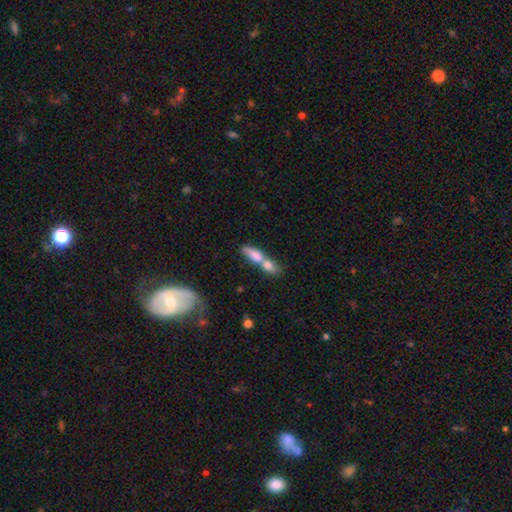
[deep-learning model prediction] Morphology: type=smooth (69%); roundness=in between (54%); merging=merger (71%).